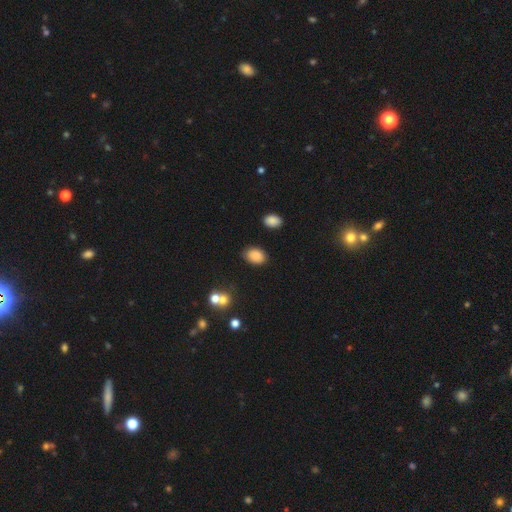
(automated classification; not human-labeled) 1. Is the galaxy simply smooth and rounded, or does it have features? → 86% smooth, 9% star or artifact, 6% featured or disk.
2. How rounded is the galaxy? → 85% in between, 14% round, 1% cigar-shaped.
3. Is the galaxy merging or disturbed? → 82% none, 12% minor disturbance, 3% major disturbance, 3% merger.